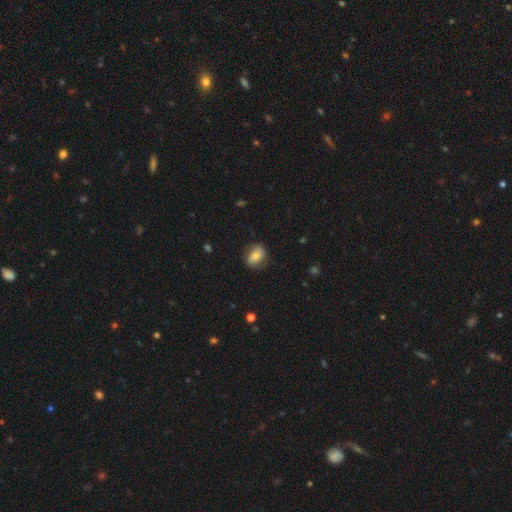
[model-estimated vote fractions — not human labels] Q: Smooth or featured?
A: smooth (71%); runner-up: featured or disk (21%)
Q: How rounded?
A: in between (76%); runner-up: round (22%)
Q: Merging?
A: none (74%); runner-up: minor disturbance (19%)